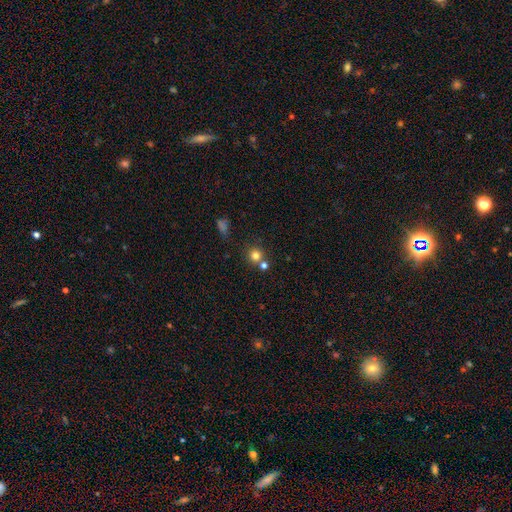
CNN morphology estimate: smooth_or_featured: smooth (p=0.78) [alt: star or artifact p=0.14]
how_rounded: round (p=0.92) [alt: in between p=0.07]
merging: none (p=0.64) [alt: merger p=0.25]